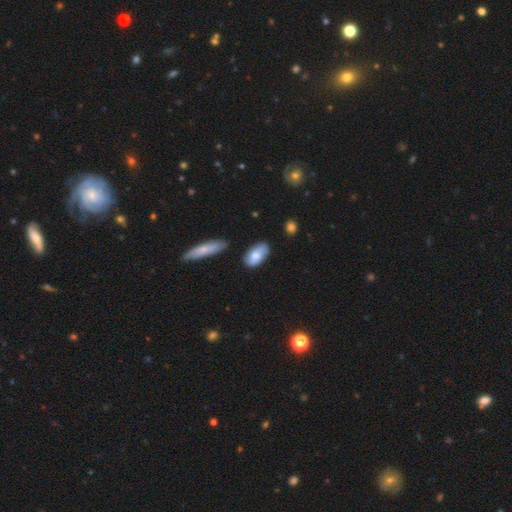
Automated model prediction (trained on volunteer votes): The model was most divided on "merging": none: 73%, minor disturbance: 19%, major disturbance: 4%, merger: 4%. More confident: how rounded — in between (93%); smooth or featured — smooth (77%).